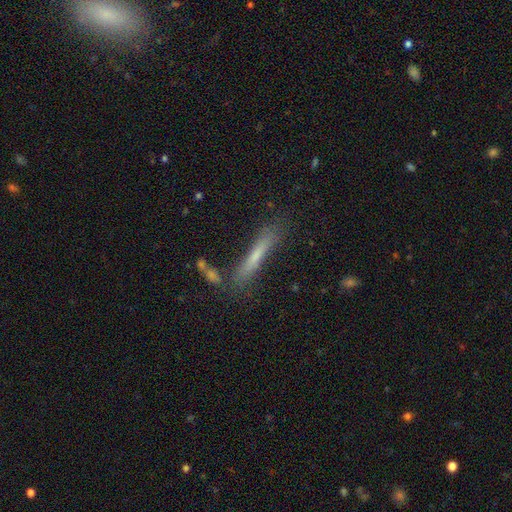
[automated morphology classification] This is possibly a smooth galaxy (57%). How rounded: clearly cigar-shaped (94%). Merging: likely none (76%).